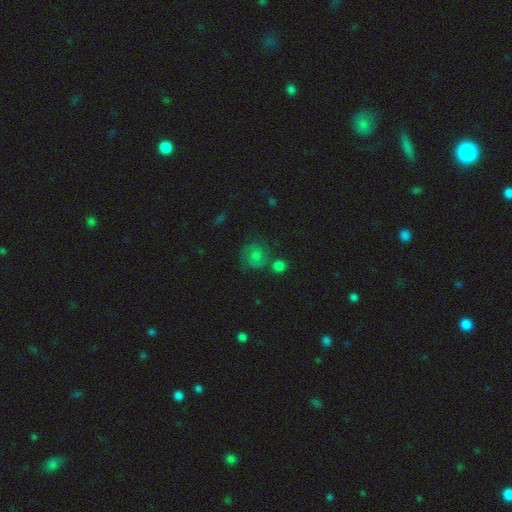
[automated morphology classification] Smooth or featured?
  - smooth: 44% *
  - featured or disk: 43%
  - star or artifact: 12%
Merging?
  - none: 60% *
  - minor disturbance: 19%
  - merger: 12%
  - major disturbance: 9%